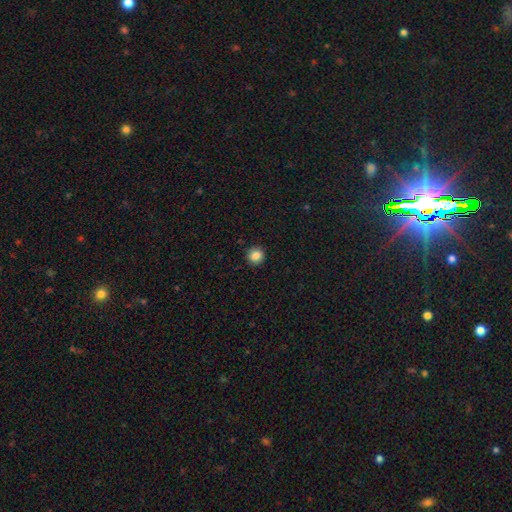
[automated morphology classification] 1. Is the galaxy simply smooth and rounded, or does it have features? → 85% smooth, 10% star or artifact, 5% featured or disk.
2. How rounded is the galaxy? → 92% round, 7% in between, 1% cigar-shaped.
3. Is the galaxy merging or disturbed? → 92% none, 6% minor disturbance, 2% major disturbance, 1% merger.